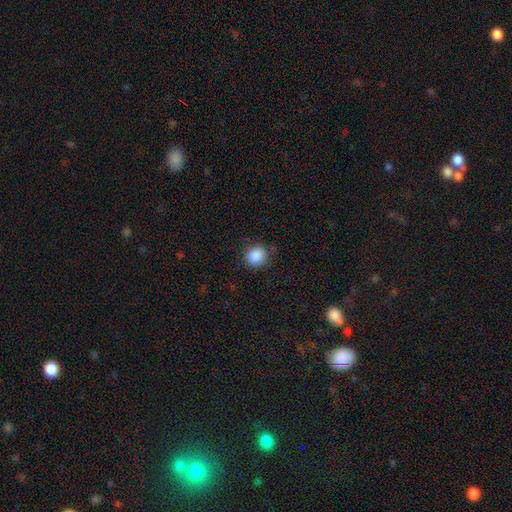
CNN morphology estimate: type=smooth (88%); roundness=round (76%); merging=none (84%).